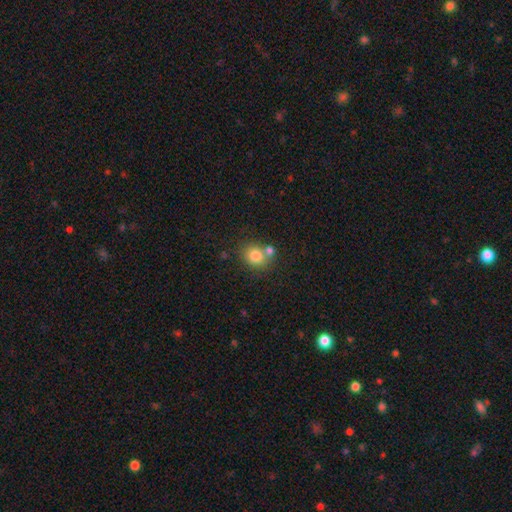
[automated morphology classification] smooth_or_featured: smooth (p=0.80) [alt: star or artifact p=0.11]
how_rounded: round (p=0.74) [alt: in between p=0.25]
merging: none (p=0.59) [alt: merger p=0.27]